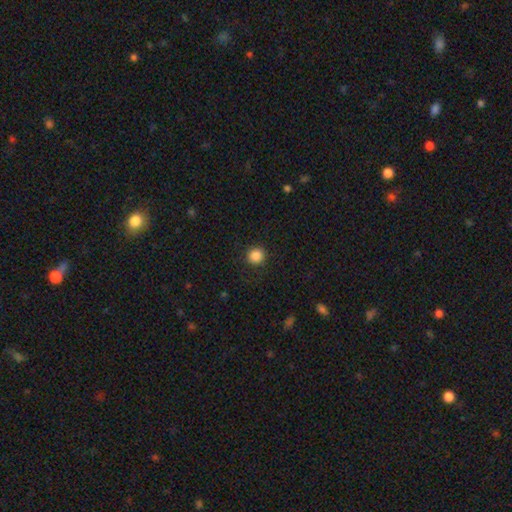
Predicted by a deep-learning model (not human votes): Smooth or featured? smooth (87%)
How rounded? round (92%)
Merging? none (89%)